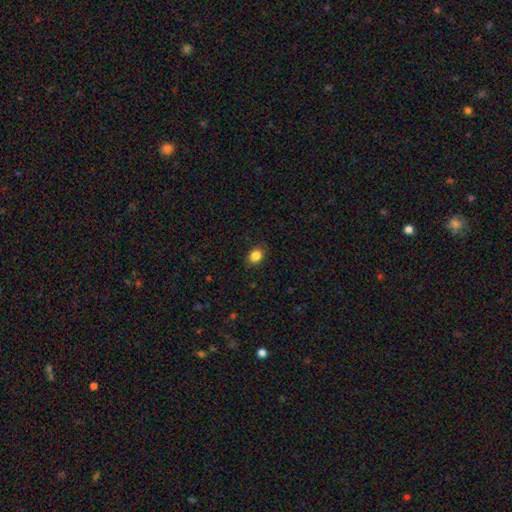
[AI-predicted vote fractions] Smooth or featured? Predicted: smooth (p=0.85). How rounded? Predicted: in between (p=0.51). Merging? Predicted: none (p=0.87).